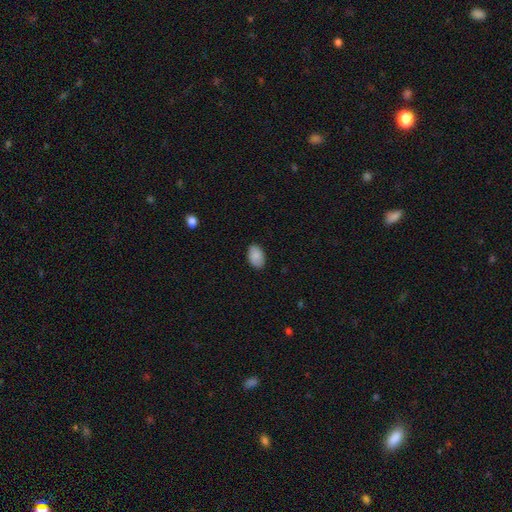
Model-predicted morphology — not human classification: Smooth or featured? Predicted: smooth (p=0.88). How rounded? Predicted: in between (p=0.90). Merging? Predicted: none (p=0.87).